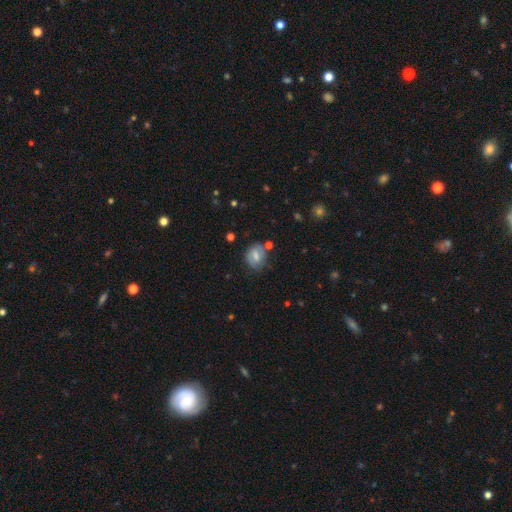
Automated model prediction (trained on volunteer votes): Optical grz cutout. It shows a smooth galaxy with no disk features (60%) that is round (51%). Merging: none (66%).